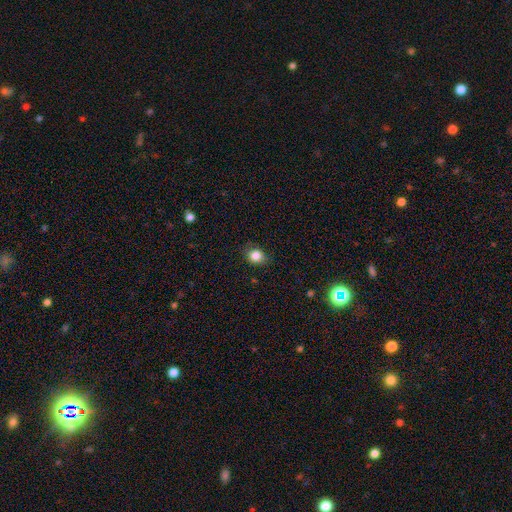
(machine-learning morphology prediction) A smooth galaxy with no disk features (84%) that is round (65%). Merging: none (80%).